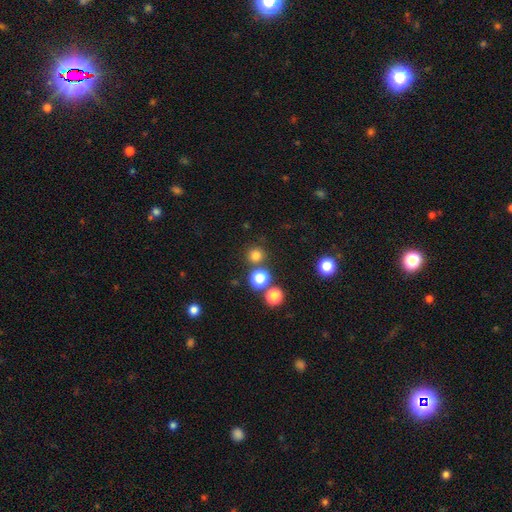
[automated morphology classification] smooth_or_featured: smooth (p=0.77) [alt: star or artifact p=0.18]
how_rounded: round (p=0.94) [alt: in between p=0.05]
merging: none (p=0.79) [alt: merger p=0.12]